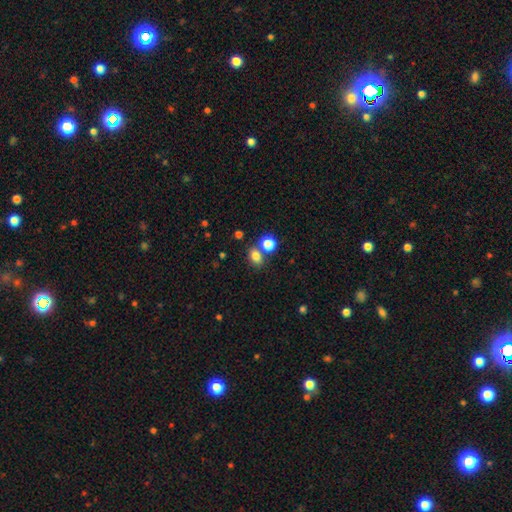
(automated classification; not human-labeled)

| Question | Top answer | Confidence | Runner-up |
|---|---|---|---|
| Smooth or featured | smooth | 79% | star or artifact (14%) |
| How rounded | in between | 59% | round (40%) |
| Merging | none | 61% | merger (24%) |